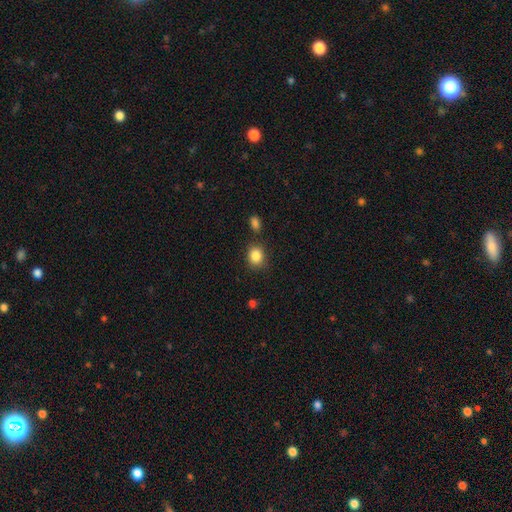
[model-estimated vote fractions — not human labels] A smooth galaxy with no disk features (86%) that is round (68%).

Vote fractions:
- Smooth or featured? smooth: 86% / star or artifact: 9% / featured or disk: 5%
- How rounded? round: 68% / in between: 31% / cigar-shaped: 1%
- Merging? none: 79% / minor disturbance: 12% / merger: 6% / major disturbance: 3%